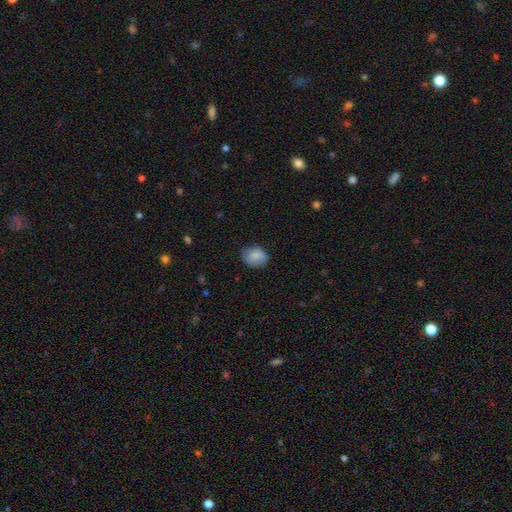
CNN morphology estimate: Smooth or featured: smooth — 78% (featured or disk — 14%)
How rounded: in between — 52% (round — 47%)
Merging: none — 71% (minor disturbance — 22%)